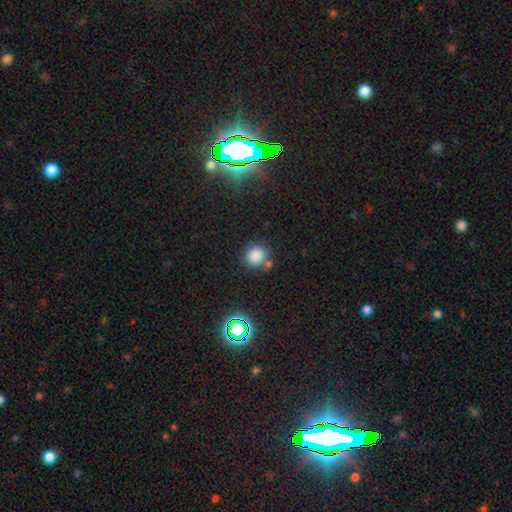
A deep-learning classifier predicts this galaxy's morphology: A smooth galaxy with no disk features (82%) that is round (86%).

Vote fractions:
- Smooth or featured? smooth: 82% / star or artifact: 14% / featured or disk: 5%
- How rounded? round: 86% / in between: 13% / cigar-shaped: 1%
- Merging? none: 72% / minor disturbance: 12% / merger: 12% / major disturbance: 4%